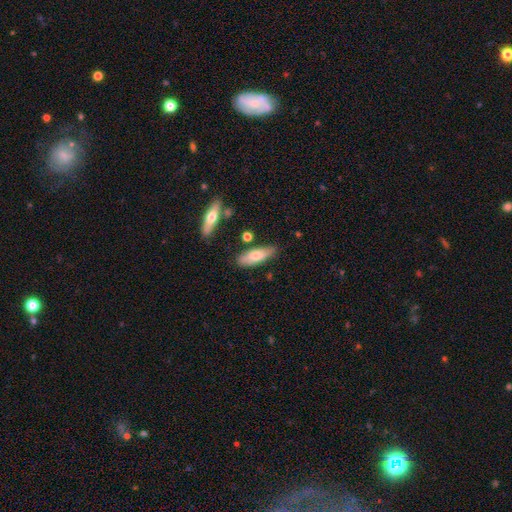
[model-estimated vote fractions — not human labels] The model was most divided on "how rounded": in between: 54%, cigar-shaped: 44%, round: 2%. More confident: merging — none (75%); smooth or featured — smooth (70%).